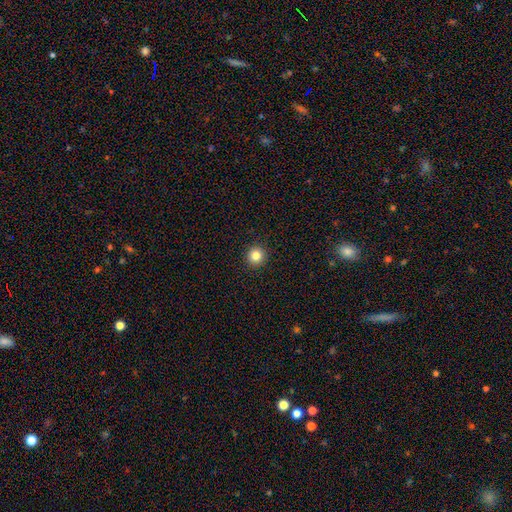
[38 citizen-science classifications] Morphology: type=smooth (89%); roundness=round (97%); merging=none (89%).